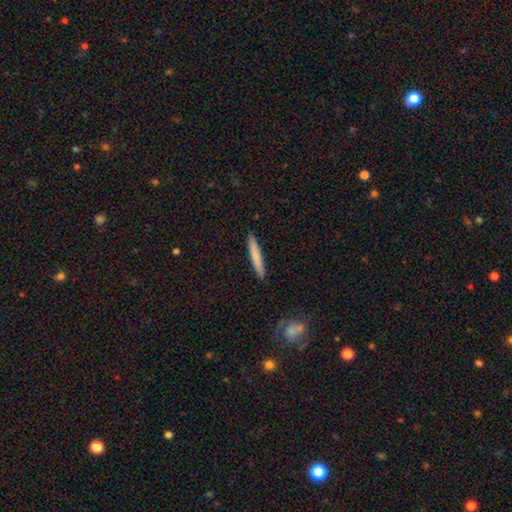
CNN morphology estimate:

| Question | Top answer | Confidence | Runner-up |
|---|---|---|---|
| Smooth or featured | smooth | 74% | featured or disk (20%) |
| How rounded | cigar-shaped | 95% | in between (4%) |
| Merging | none | 91% | minor disturbance (7%) |